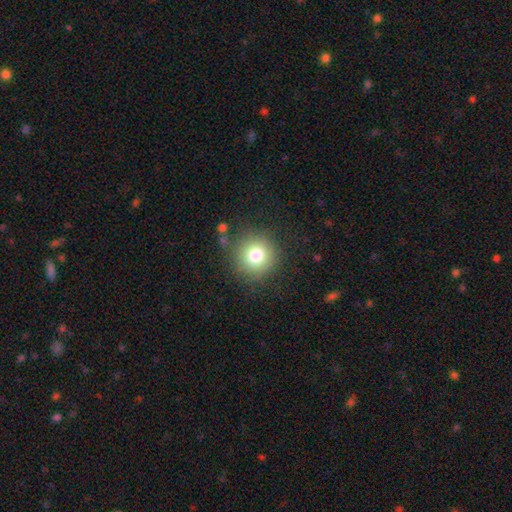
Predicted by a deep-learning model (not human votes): Smooth or featured?
  - smooth: 78% *
  - star or artifact: 13%
  - featured or disk: 9%
How rounded?
  - round: 94% *
  - in between: 5%
  - cigar-shaped: 1%
Merging?
  - none: 86% *
  - minor disturbance: 8%
  - major disturbance: 3%
  - merger: 2%